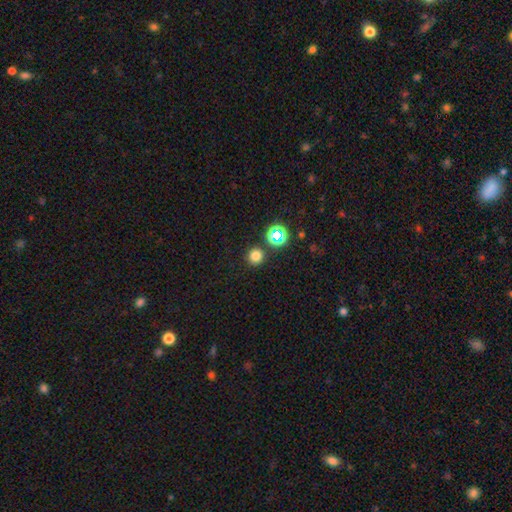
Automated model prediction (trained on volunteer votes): smooth 75%, star or artifact 20%, featured or disk 5%. Down the decision tree: how rounded — round (94%); merging — none (87%).